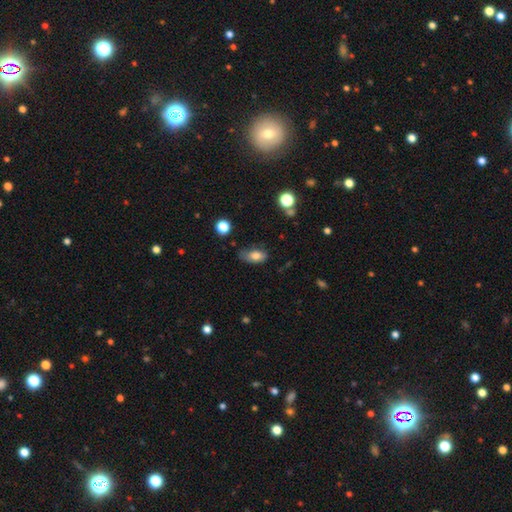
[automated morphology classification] A smooth galaxy with no disk features (78%) that is in between round and cigar-shaped (89%).

Vote fractions:
- Smooth or featured? smooth: 78% / featured or disk: 13% / star or artifact: 9%
- How rounded? in between: 89% / round: 7% / cigar-shaped: 4%
- Merging? none: 54% / minor disturbance: 33% / major disturbance: 11% / merger: 3%